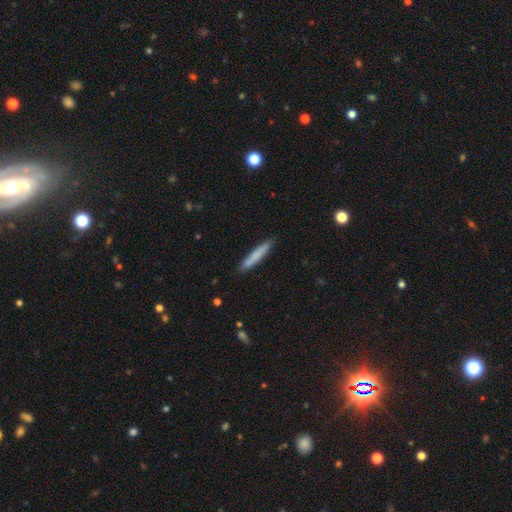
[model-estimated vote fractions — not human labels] Morphology: type=smooth (79%); roundness=cigar-shaped (94%); merging=none (89%).